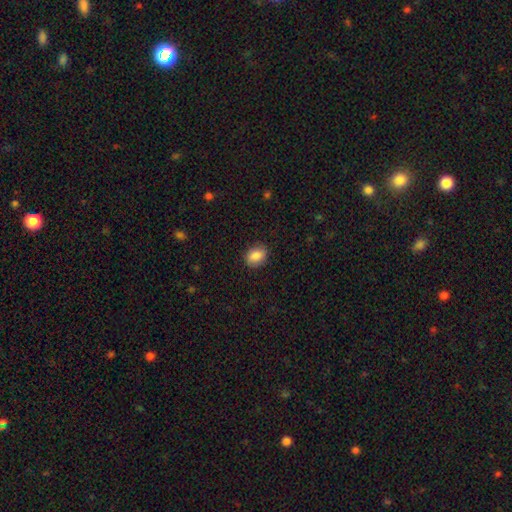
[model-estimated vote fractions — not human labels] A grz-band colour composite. It shows a smooth galaxy with no disk features (87%) that is in between round and cigar-shaped (61%). Merging: none (86%).